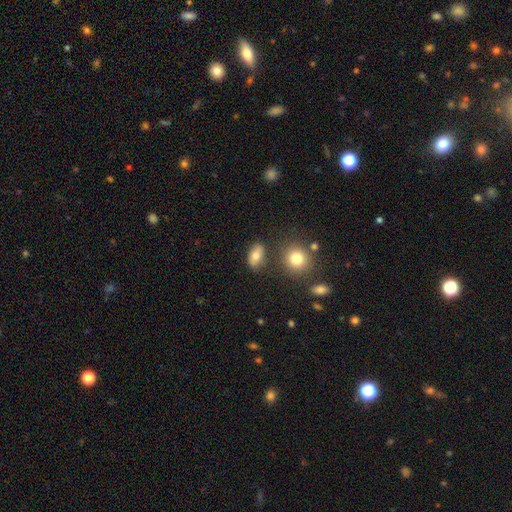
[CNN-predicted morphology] The model was most divided on "smooth or featured": smooth: 77%, featured or disk: 13%, star or artifact: 11%. More confident: how rounded — in between (83%); merging — none (79%).